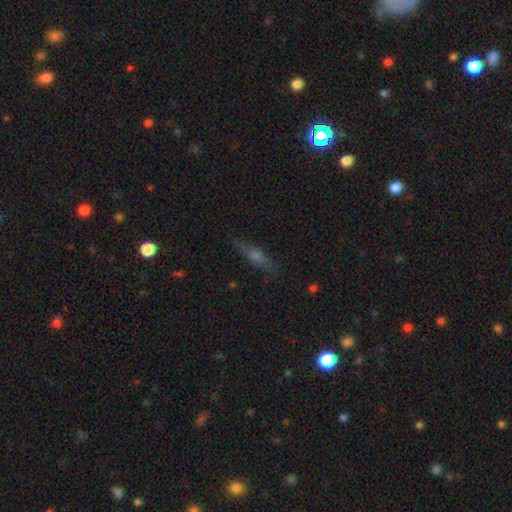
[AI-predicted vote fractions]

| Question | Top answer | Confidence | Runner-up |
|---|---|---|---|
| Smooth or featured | smooth | 45% | featured or disk (41%) |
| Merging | none | 83% | minor disturbance (12%) |